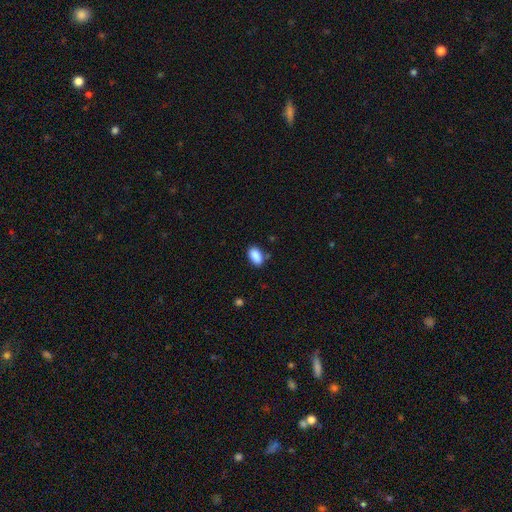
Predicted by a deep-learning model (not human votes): Smooth or featured? smooth (88%)
How rounded? in between (91%)
Merging? none (77%)